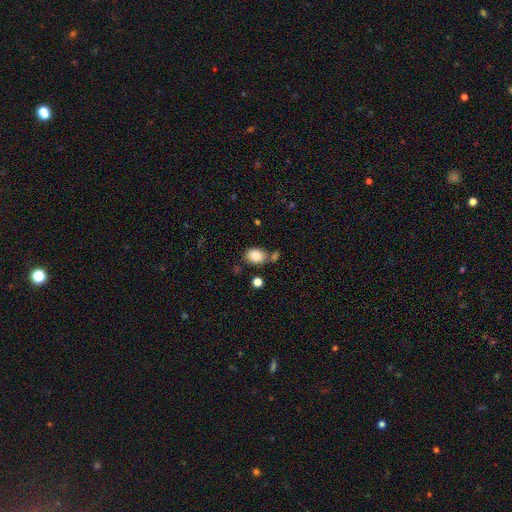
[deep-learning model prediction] A smooth galaxy with no disk features (87%) that is in between round and cigar-shaped (70%).

Vote fractions:
- Smooth or featured? smooth: 87% / star or artifact: 8% / featured or disk: 5%
- How rounded? in between: 70% / round: 29% / cigar-shaped: 1%
- Merging? none: 62% / merger: 17% / minor disturbance: 15% / major disturbance: 6%